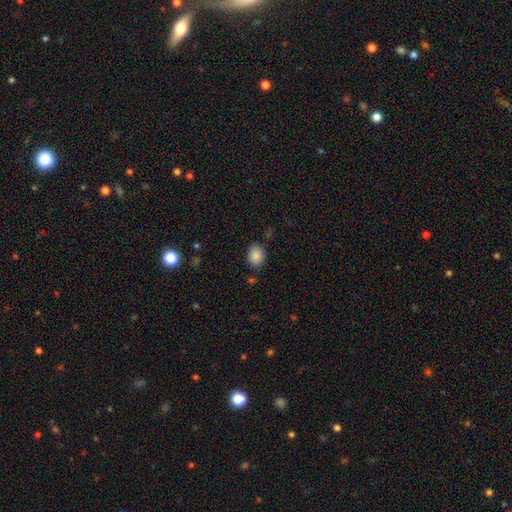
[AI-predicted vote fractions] smooth_or_featured: smooth (p=0.87) [alt: star or artifact p=0.08]
how_rounded: in between (p=0.63) [alt: round p=0.36]
merging: none (p=0.80) [alt: minor disturbance p=0.14]